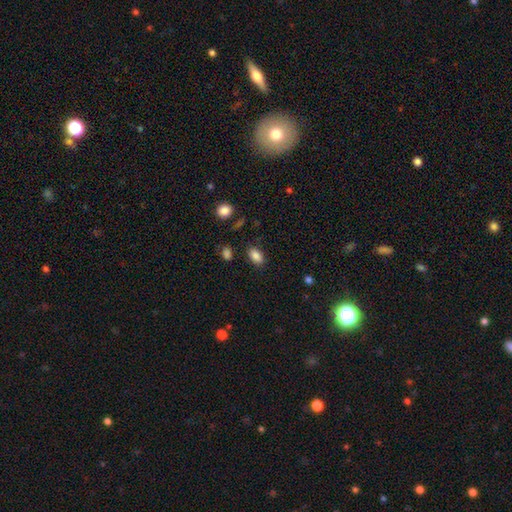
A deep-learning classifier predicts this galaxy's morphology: smooth_or_featured: smooth (p=0.86) [alt: star or artifact p=0.10]
how_rounded: in between (p=0.89) [alt: round p=0.08]
merging: none (p=0.84) [alt: minor disturbance p=0.10]